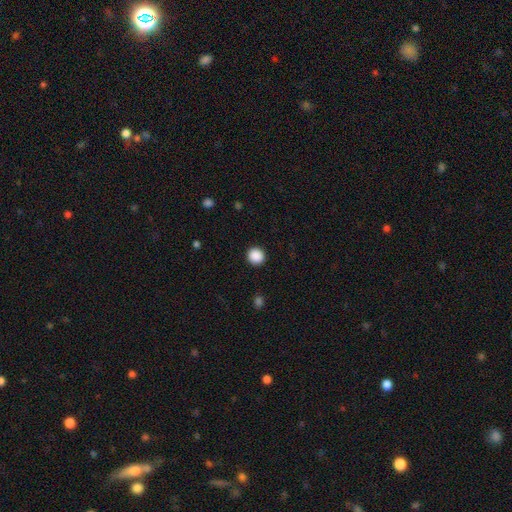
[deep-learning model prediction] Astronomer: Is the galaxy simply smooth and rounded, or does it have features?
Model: smooth — 89%.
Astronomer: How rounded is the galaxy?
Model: round — 94%.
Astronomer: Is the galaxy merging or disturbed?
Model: none — 92%.